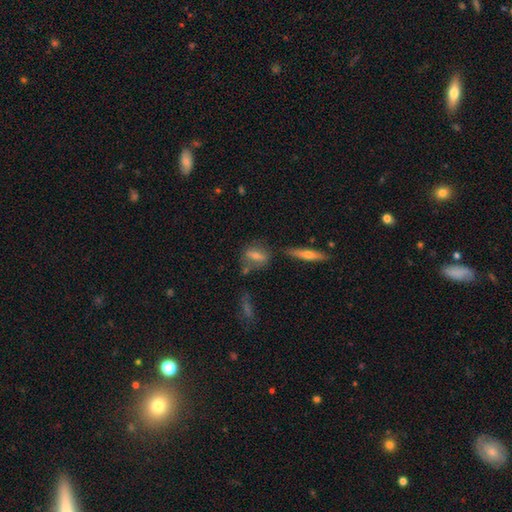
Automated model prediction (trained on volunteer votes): The model was most divided on "smooth or featured": smooth: 53%, featured or disk: 35%, star or artifact: 12%. More confident: merging — none (66%); how rounded — in between (54%).